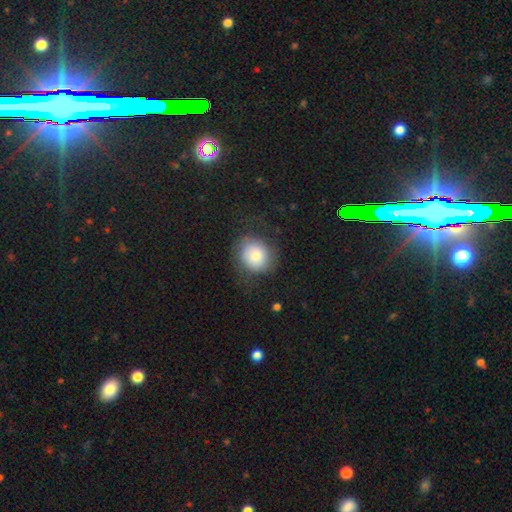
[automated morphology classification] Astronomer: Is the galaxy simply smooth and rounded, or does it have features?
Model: smooth — 73%.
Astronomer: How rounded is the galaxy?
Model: round — 82%.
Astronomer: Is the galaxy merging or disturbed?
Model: none — 69%.